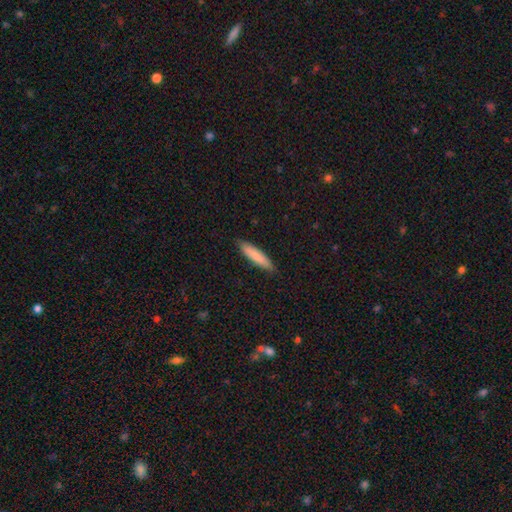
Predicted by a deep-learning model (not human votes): Q: Smooth or featured?
A: smooth (80%); runner-up: featured or disk (14%)
Q: How rounded?
A: cigar-shaped (81%); runner-up: in between (18%)
Q: Merging?
A: none (88%); runner-up: minor disturbance (9%)